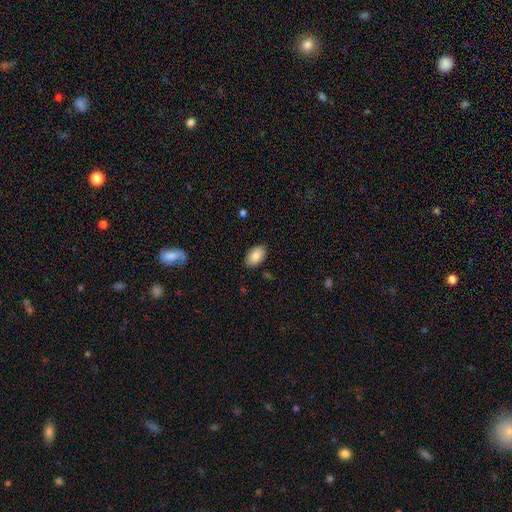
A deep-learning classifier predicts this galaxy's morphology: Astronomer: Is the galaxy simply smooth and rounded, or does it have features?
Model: smooth — 86%.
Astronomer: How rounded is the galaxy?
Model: in between — 92%.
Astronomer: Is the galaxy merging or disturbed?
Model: none — 88%.